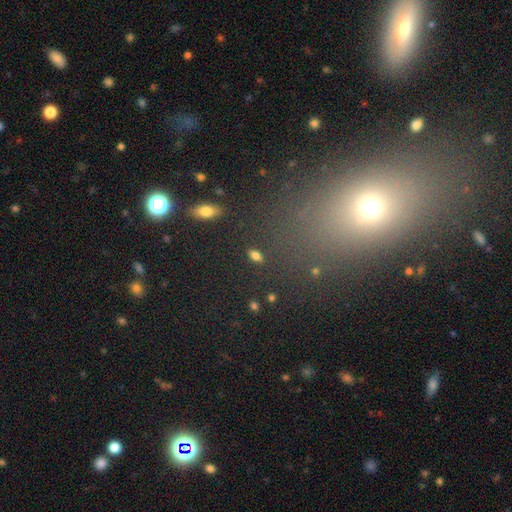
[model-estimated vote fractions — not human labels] A smooth galaxy with no disk features (80%) that is in between round and cigar-shaped (87%).

Vote fractions:
- Smooth or featured? smooth: 80% / star or artifact: 12% / featured or disk: 8%
- How rounded? in between: 87% / round: 7% / cigar-shaped: 6%
- Merging? none: 85% / minor disturbance: 9% / major disturbance: 3% / merger: 3%